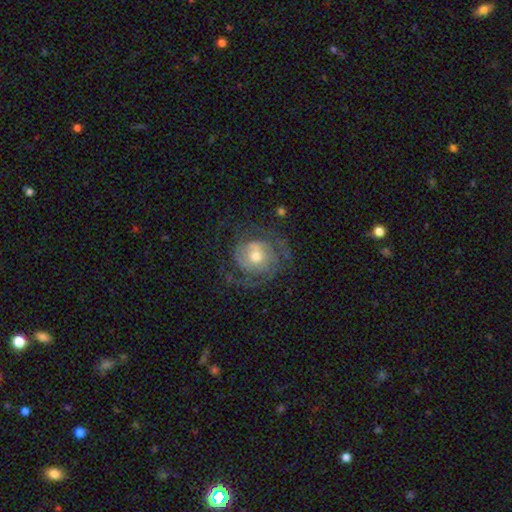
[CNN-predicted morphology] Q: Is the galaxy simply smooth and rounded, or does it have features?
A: featured or disk — 72%.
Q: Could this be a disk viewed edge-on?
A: no — 97%.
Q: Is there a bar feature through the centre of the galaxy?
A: no — 66%.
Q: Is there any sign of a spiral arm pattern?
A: yes — 85%.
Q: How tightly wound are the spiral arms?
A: tight — 48%.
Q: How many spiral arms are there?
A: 2 — 35%.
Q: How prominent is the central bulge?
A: moderate — 68%.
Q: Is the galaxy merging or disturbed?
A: none — 59%.